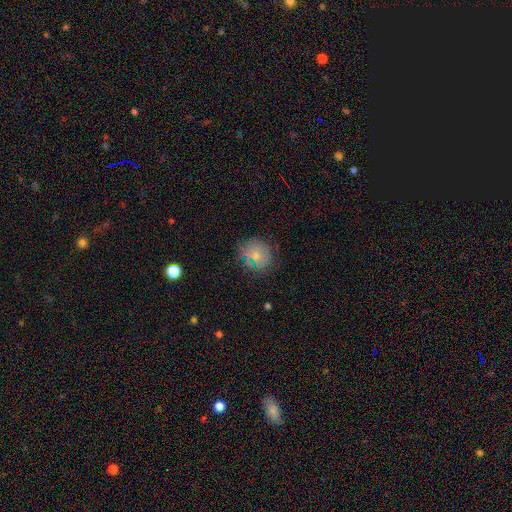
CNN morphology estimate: A smooth galaxy with no disk features (67%) that is round (87%).

Vote fractions:
- Smooth or featured? smooth: 67% / featured or disk: 19% / star or artifact: 14%
- How rounded? round: 87% / in between: 12% / cigar-shaped: 1%
- Merging? none: 74% / minor disturbance: 18% / major disturbance: 6% / merger: 2%